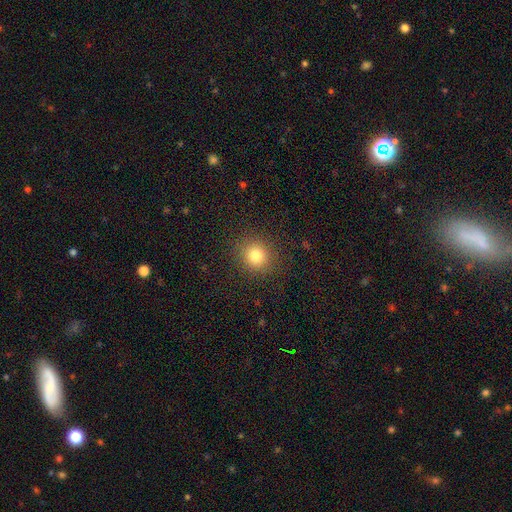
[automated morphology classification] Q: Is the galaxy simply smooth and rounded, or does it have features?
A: smooth — 82%.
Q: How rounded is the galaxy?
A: round — 88%.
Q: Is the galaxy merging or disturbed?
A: none — 89%.